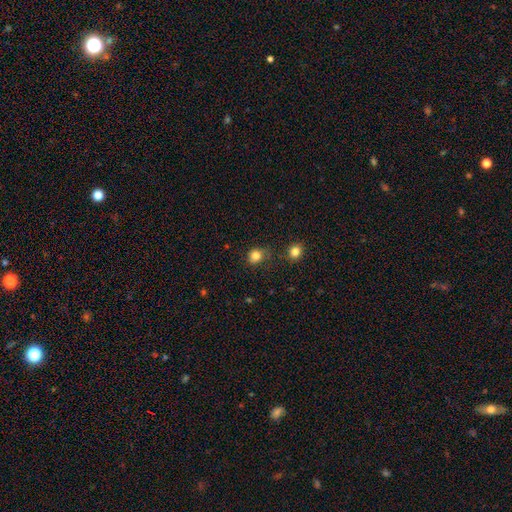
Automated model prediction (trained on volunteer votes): Q: Smooth or featured?
A: smooth (81%); runner-up: star or artifact (12%)
Q: How rounded?
A: round (69%); runner-up: in between (30%)
Q: Merging?
A: none (66%); runner-up: minor disturbance (23%)